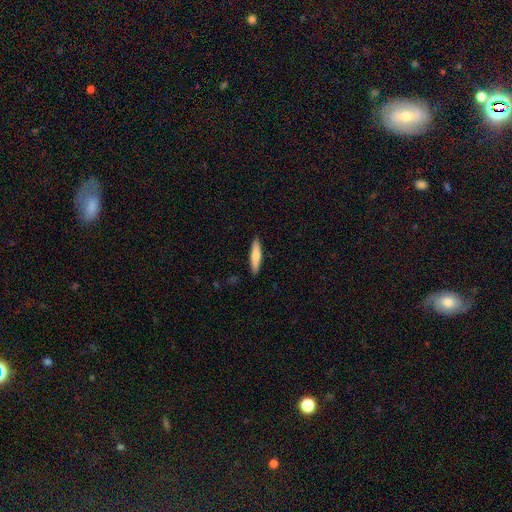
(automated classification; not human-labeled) The model was most divided on "smooth or featured": smooth: 76%, featured or disk: 19%, star or artifact: 5%. More confident: merging — none (89%); how rounded — cigar-shaped (80%).